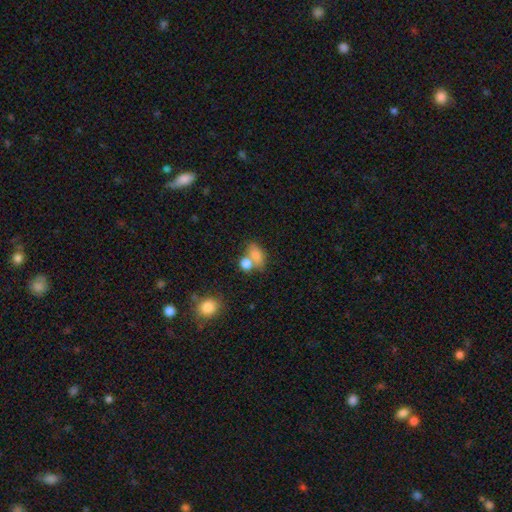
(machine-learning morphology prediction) smooth 78%, star or artifact 11%, featured or disk 11%. Down the decision tree: how rounded — in between (75%); merging — none (39%).